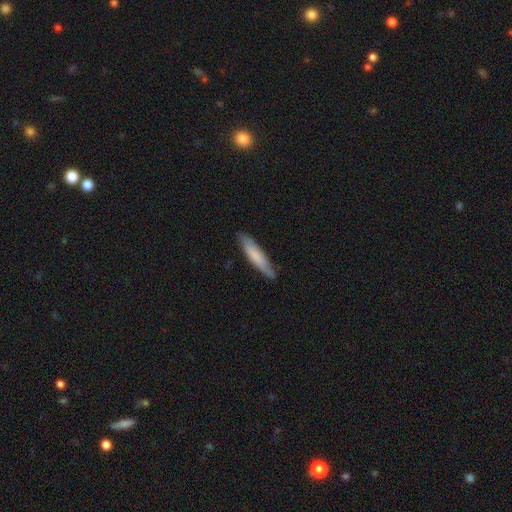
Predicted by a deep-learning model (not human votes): This appears to be a smooth galaxy with no disk features (70%) that is cigar-shaped (86%). Merging: none (83%).